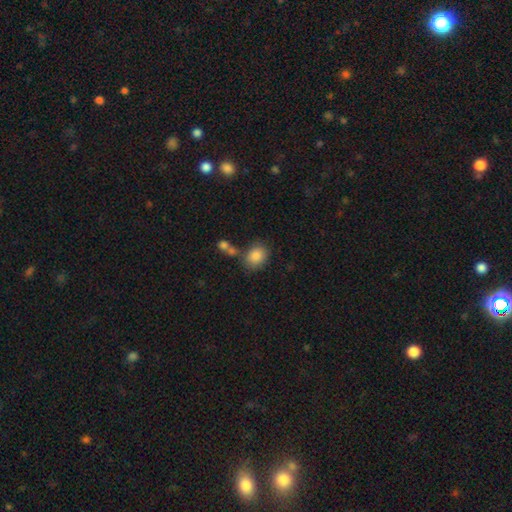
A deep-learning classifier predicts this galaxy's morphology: smooth-or-featured: smooth: 85% | star or artifact: 8% | featured or disk: 6%
  how-rounded: in between: 54% | round: 45% | cigar-shaped: 1%
  merging: none: 63% | minor disturbance: 16% | merger: 16% | major disturbance: 5%